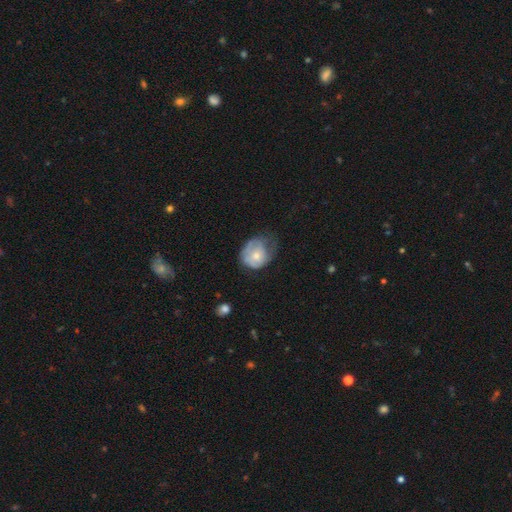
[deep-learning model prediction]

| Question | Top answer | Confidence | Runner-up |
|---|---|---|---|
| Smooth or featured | smooth | 52% | featured or disk (42%) |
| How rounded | round | 58% | in between (41%) |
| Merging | minor disturbance | 37% | none (32%) |